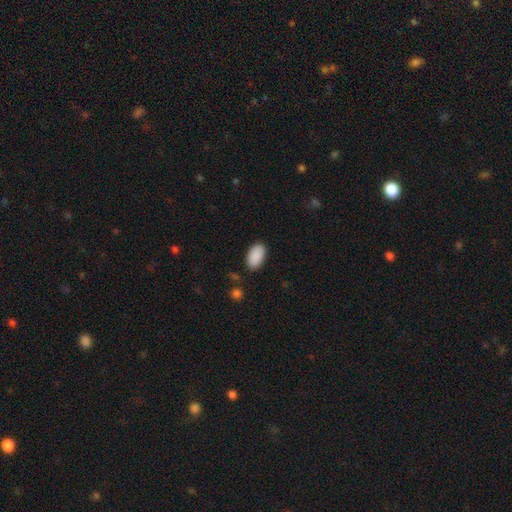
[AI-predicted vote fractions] Q: Smooth or featured?
A: smooth (91%); runner-up: star or artifact (6%)
Q: How rounded?
A: in between (95%); runner-up: round (3%)
Q: Merging?
A: none (87%); runner-up: minor disturbance (9%)